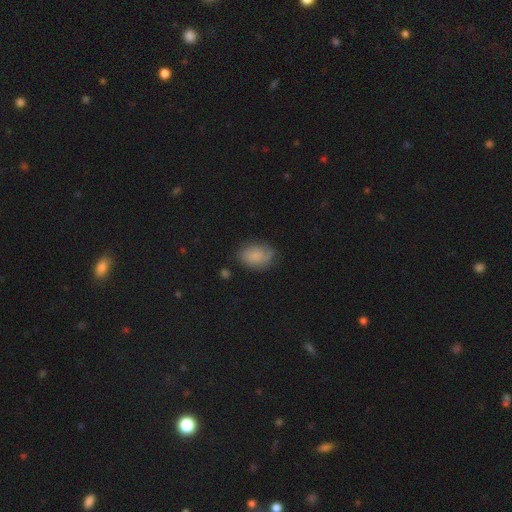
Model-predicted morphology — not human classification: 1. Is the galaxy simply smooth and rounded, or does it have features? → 74% smooth, 18% featured or disk, 8% star or artifact.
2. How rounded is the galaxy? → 80% in between, 19% round, 1% cigar-shaped.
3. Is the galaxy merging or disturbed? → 62% none, 28% minor disturbance, 8% major disturbance, 2% merger.